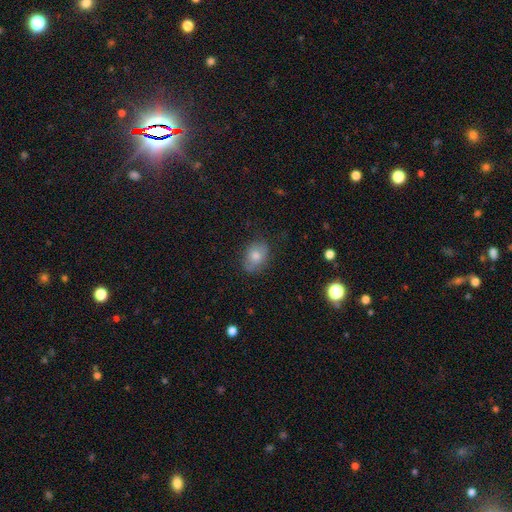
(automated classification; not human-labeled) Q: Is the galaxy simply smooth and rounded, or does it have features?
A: smooth — 75%.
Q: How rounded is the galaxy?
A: in between — 70%.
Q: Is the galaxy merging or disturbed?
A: none — 73%.